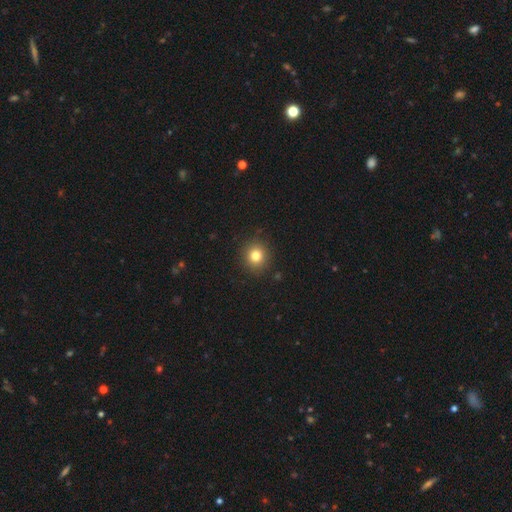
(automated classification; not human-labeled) This is clearly a smooth galaxy (80%). How rounded: clearly round (89%). Merging: clearly none (90%).